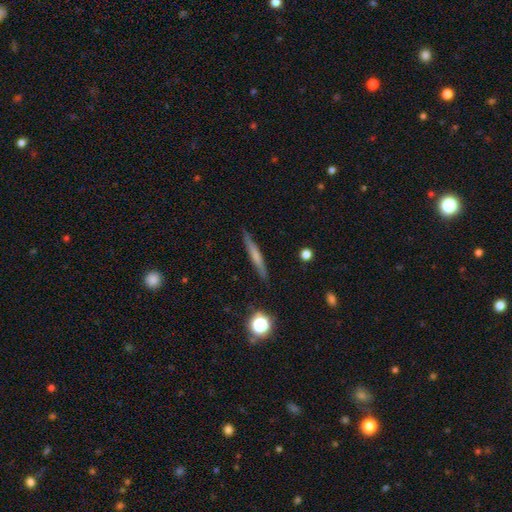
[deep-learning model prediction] A smooth galaxy with no disk features (53%) that is cigar-shaped (93%). Merging: none (87%).